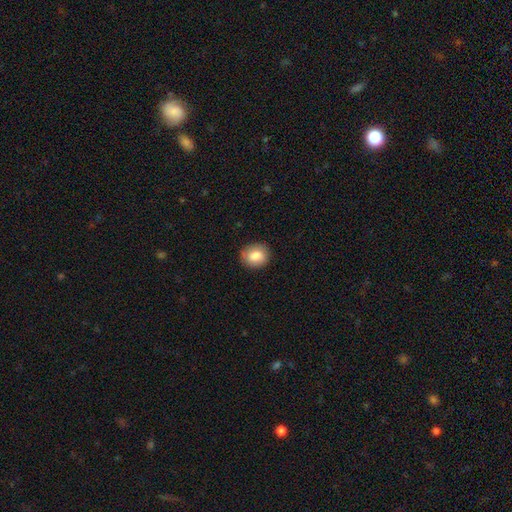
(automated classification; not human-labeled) smooth_or_featured: smooth (p=0.81) [alt: featured or disk p=0.11]
how_rounded: round (p=0.70) [alt: in between p=0.30]
merging: none (p=0.84) [alt: minor disturbance p=0.12]